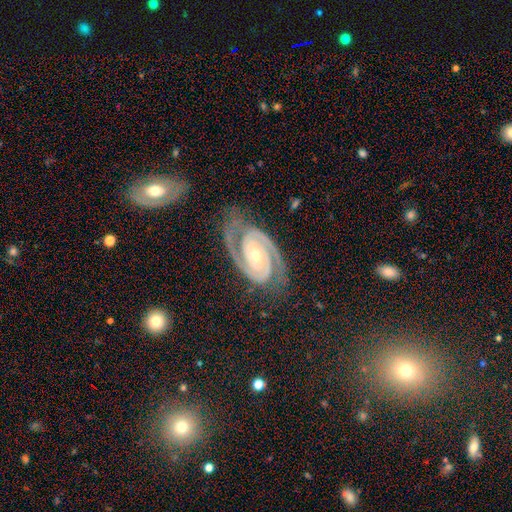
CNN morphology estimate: This appears to be a featured or disk galaxy (93%) with no bar (50%), 2 (92%) tight (69%) spiral arms (99%) and a moderate central bulge (50%). Merging: none (76%).